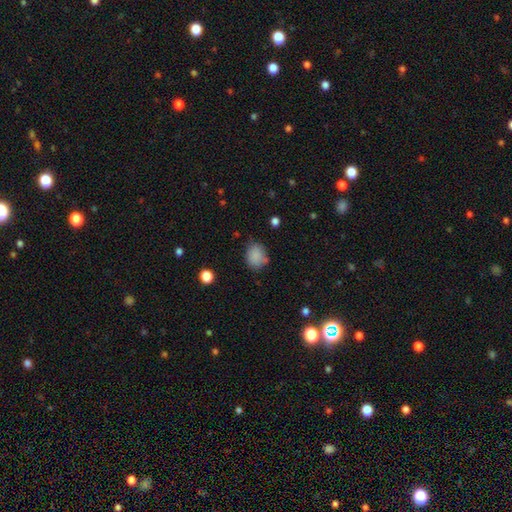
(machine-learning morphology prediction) smooth-or-featured: smooth: 85% | star or artifact: 10% | featured or disk: 5%
  how-rounded: round: 57% | in between: 42% | cigar-shaped: 1%
  merging: none: 68% | minor disturbance: 23% | major disturbance: 6% | merger: 3%